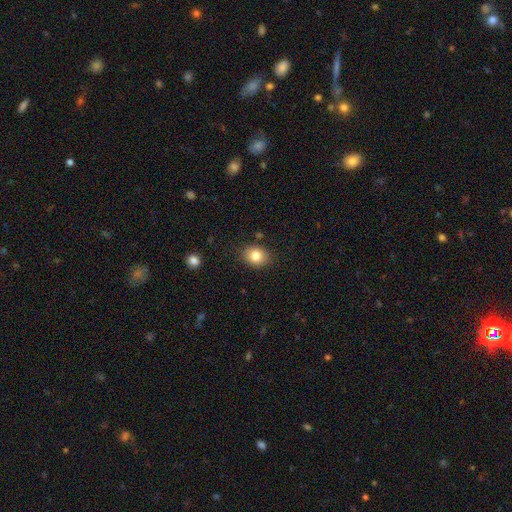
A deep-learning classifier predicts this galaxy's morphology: Smooth or featured? Predicted: smooth (p=0.82). How rounded? Predicted: in between (p=0.50). Merging? Predicted: none (p=0.85).